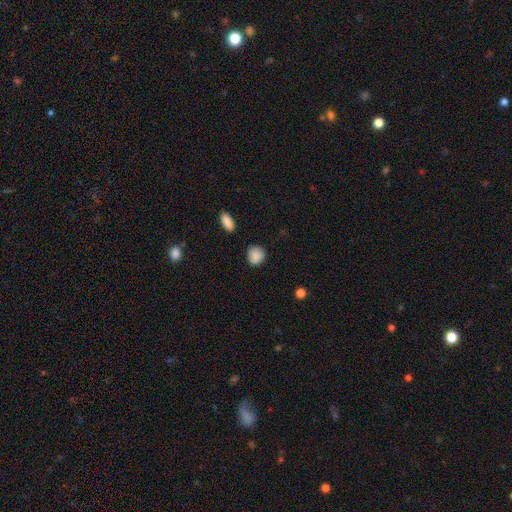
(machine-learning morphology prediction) Smooth or featured? smooth (88%)
How rounded? round (80%)
Merging? none (82%)